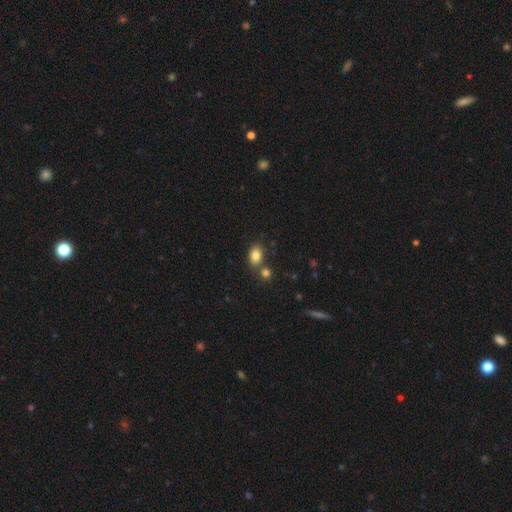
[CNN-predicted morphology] A smooth galaxy with no disk features (83%) that is in between round and cigar-shaped (81%).

Vote fractions:
- Smooth or featured? smooth: 83% / star or artifact: 10% / featured or disk: 7%
- How rounded? in between: 81% / round: 17% / cigar-shaped: 2%
- Merging? none: 63% / merger: 23% / minor disturbance: 11% / major disturbance: 3%